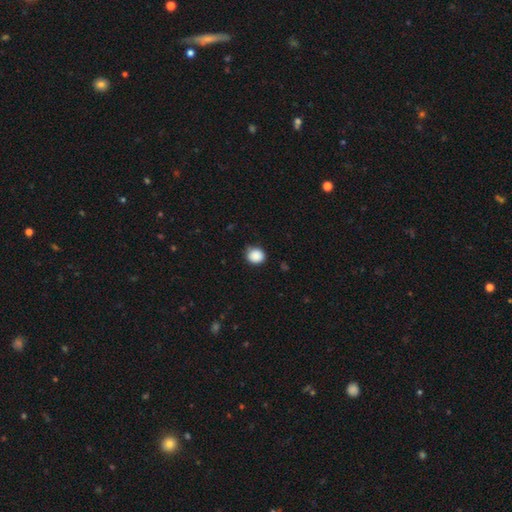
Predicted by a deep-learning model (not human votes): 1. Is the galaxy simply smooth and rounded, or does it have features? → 89% smooth, 8% star or artifact, 3% featured or disk.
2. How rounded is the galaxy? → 76% round, 23% in between, 1% cigar-shaped.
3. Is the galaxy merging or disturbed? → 83% none, 14% minor disturbance, 3% major disturbance, 1% merger.